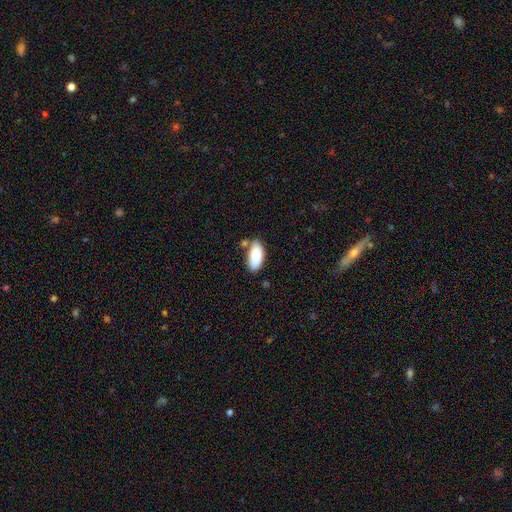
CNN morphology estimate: A smooth galaxy with no disk features (88%) that is in between round and cigar-shaped (92%). Merging: none (70%).